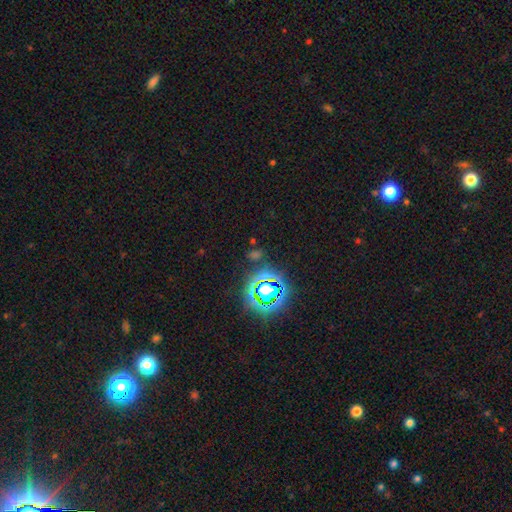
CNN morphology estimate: smooth-or-featured: star or artifact: 70% | smooth: 21% | featured or disk: 9%